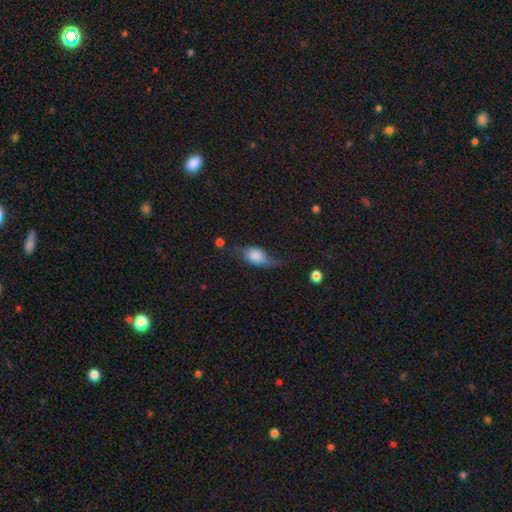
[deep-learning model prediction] Smooth or featured? Predicted: smooth (p=0.57). How rounded? Predicted: in between (p=0.74). Merging? Predicted: none (p=0.40).